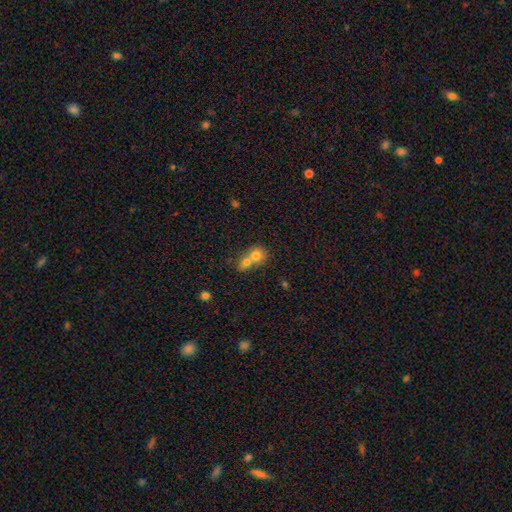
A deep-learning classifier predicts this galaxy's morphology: Smooth or featured? Predicted: smooth (p=0.73). How rounded? Predicted: round (p=0.71). Merging? Predicted: merger (p=0.69).